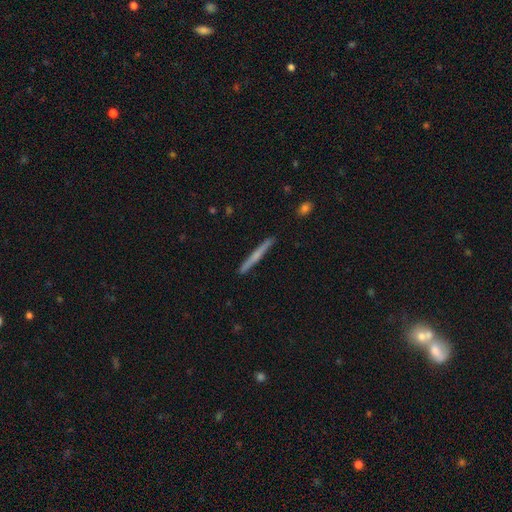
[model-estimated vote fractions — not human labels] Smooth or featured? Predicted: featured or disk (p=0.48). Merging? Predicted: none (p=0.91).